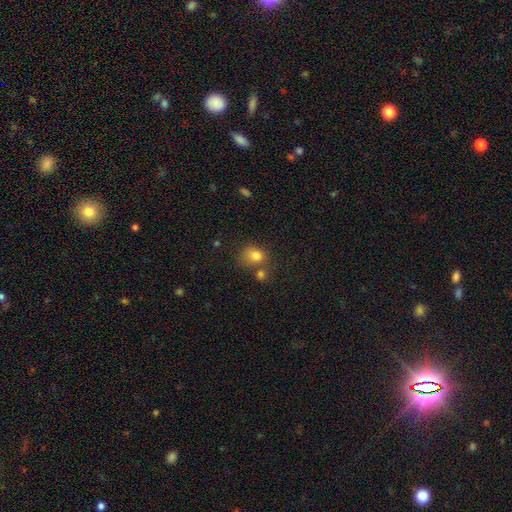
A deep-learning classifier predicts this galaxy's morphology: smooth 79%, star or artifact 12%, featured or disk 10%. Down the decision tree: how rounded — round (62%); merging — none (46%).